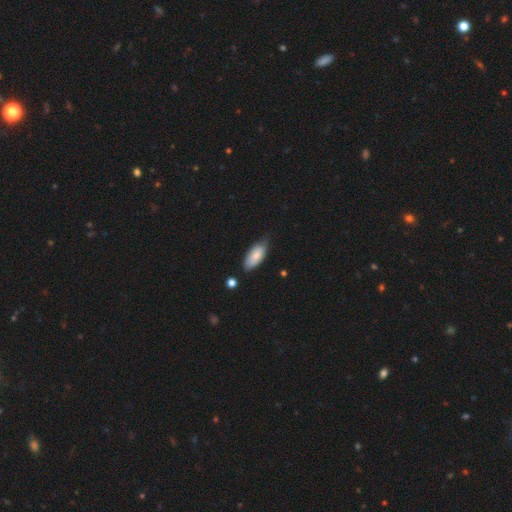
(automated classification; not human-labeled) Smooth or featured? Predicted: smooth (p=0.78). How rounded? Predicted: in between (p=0.87). Merging? Predicted: none (p=0.60).